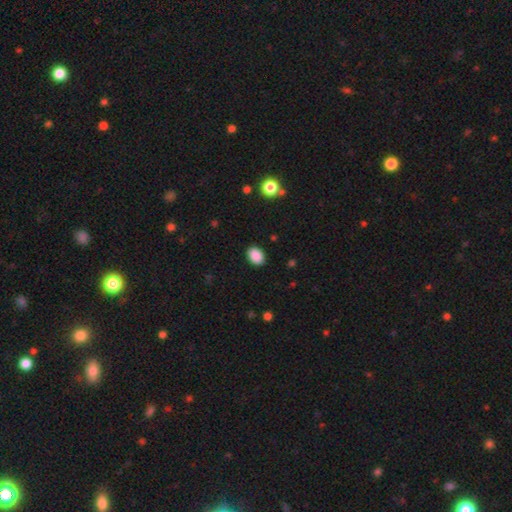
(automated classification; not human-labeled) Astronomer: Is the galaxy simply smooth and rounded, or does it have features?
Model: smooth — 89%.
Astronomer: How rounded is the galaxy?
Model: in between — 70%.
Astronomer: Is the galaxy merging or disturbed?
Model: none — 90%.